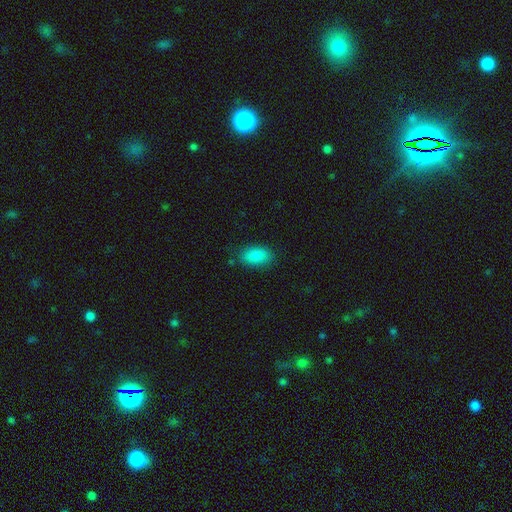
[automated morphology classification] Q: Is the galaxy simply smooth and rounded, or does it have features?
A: smooth — 87%.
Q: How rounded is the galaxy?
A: in between — 92%.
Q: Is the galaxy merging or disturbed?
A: none — 82%.